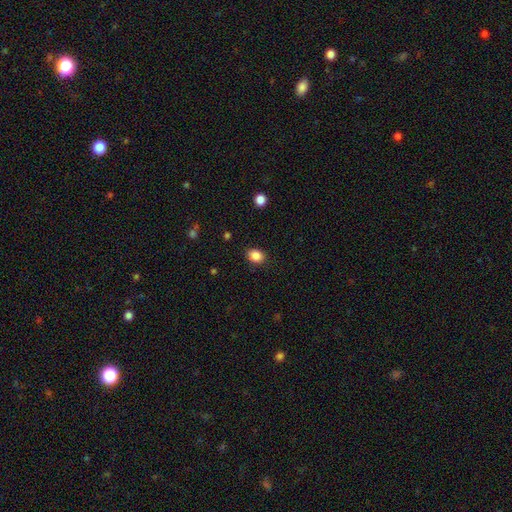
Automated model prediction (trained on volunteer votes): Smooth or featured? smooth (87%)
How rounded? in between (64%)
Merging? none (86%)